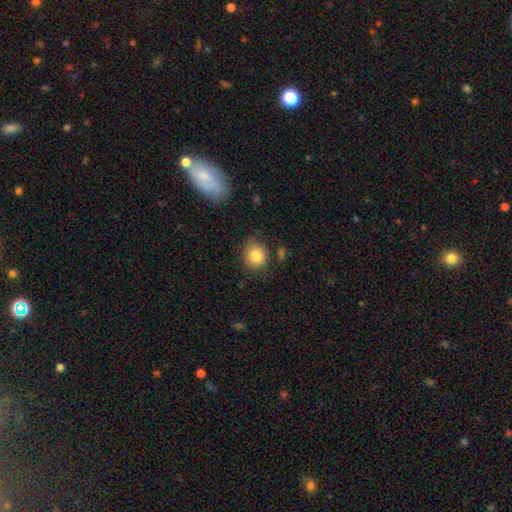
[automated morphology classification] smooth 84%, star or artifact 9%, featured or disk 7%. Down the decision tree: how rounded — round (76%); merging — none (71%).